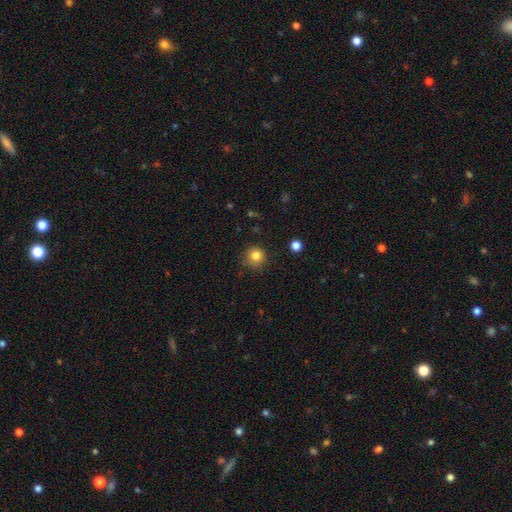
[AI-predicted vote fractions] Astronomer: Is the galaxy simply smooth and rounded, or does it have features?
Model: smooth — 83%.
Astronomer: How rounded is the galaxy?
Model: round — 93%.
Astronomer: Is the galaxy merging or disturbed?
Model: none — 82%.